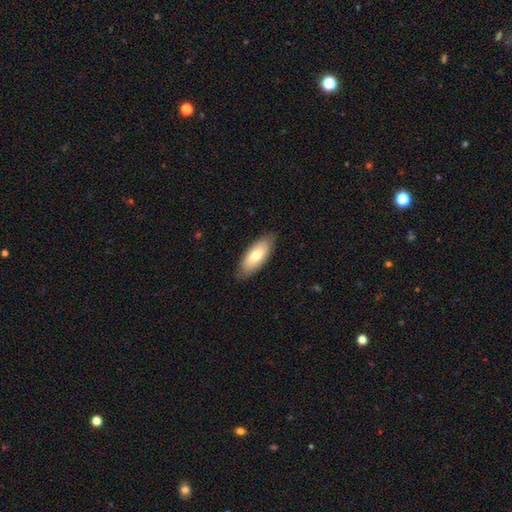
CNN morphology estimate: This appears to be a smooth galaxy with no disk features (72%) that is in between round and cigar-shaped (82%). Merging: none (86%).